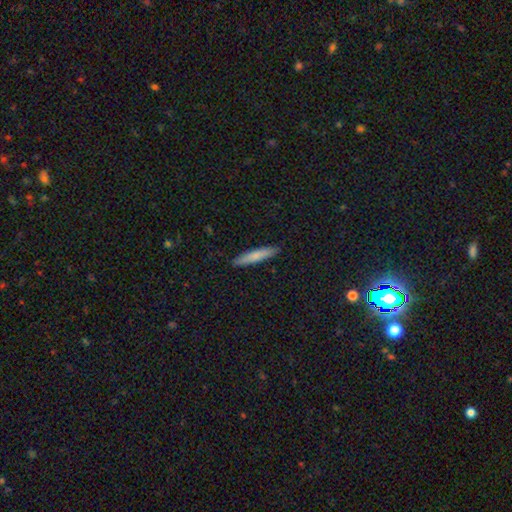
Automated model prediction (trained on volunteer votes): smooth_or_featured: smooth (p=0.76) [alt: featured or disk p=0.18]
how_rounded: cigar-shaped (p=0.90) [alt: in between p=0.09]
merging: none (p=0.91) [alt: minor disturbance p=0.07]